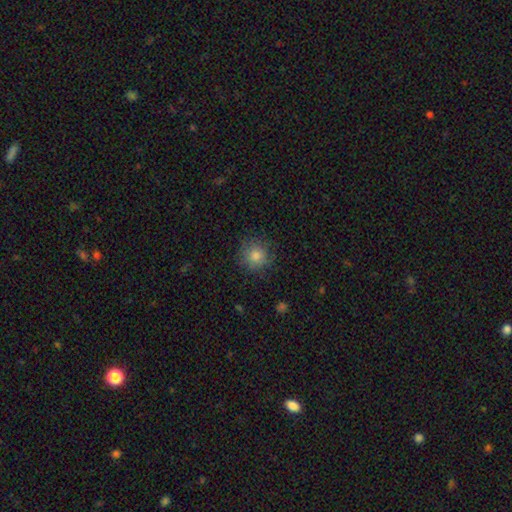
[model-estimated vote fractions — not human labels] Smooth or featured?
  - smooth: 81% *
  - star or artifact: 12%
  - featured or disk: 6%
How rounded?
  - round: 93% *
  - in between: 6%
  - cigar-shaped: 1%
Merging?
  - none: 86% *
  - minor disturbance: 10%
  - major disturbance: 3%
  - merger: 1%